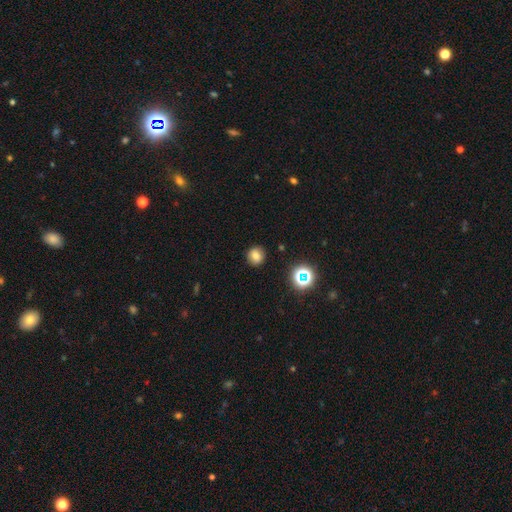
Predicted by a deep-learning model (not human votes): The model was most divided on "smooth or featured": smooth: 77%, star or artifact: 16%, featured or disk: 7%. More confident: merging — none (90%); how rounded — round (89%).